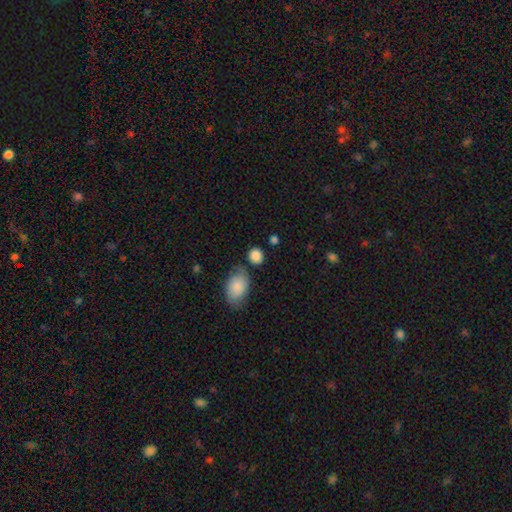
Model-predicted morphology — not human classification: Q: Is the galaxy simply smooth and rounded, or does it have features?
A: smooth — 87%.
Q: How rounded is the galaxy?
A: round — 74%.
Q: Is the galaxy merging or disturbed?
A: none — 73%.